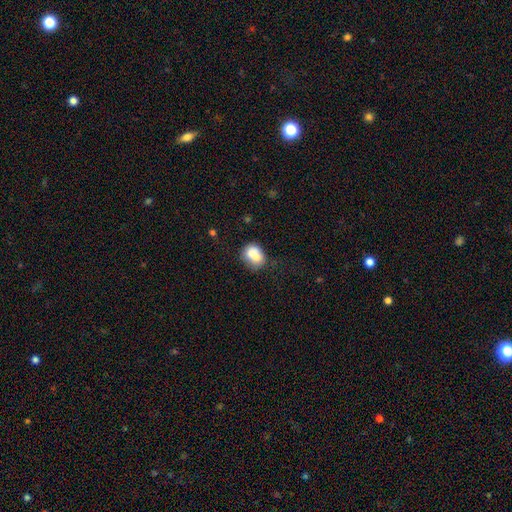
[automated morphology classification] type=smooth (70%); roundness=round (54%); merging=merger (41%).